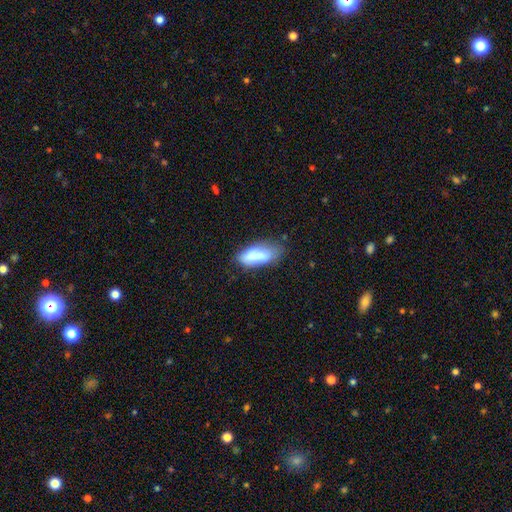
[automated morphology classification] smooth_or_featured: smooth (p=0.78) [alt: featured or disk p=0.14]
how_rounded: in between (p=0.78) [alt: cigar-shaped p=0.20]
merging: none (p=0.53) [alt: minor disturbance p=0.31]